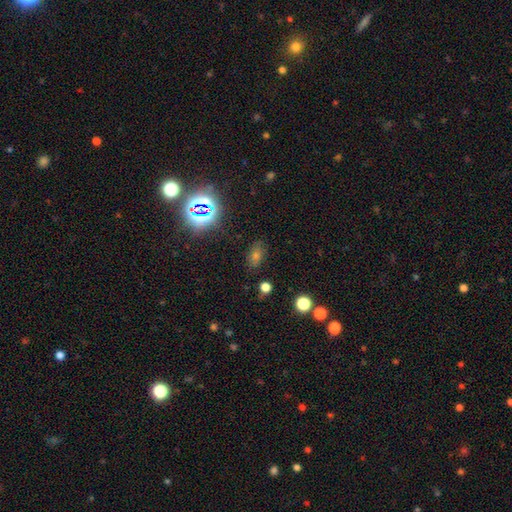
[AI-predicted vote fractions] The model was most divided on "smooth or featured": smooth: 49%, star or artifact: 40%, featured or disk: 12%. More confident: merging — none (82%).